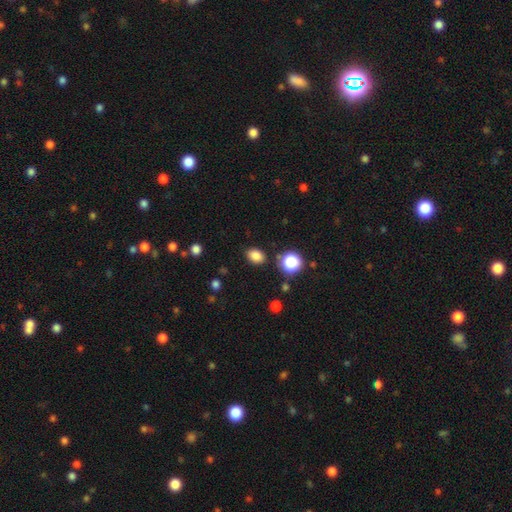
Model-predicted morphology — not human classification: This is clearly a smooth galaxy (84%). How rounded: likely in between (72%). Merging: clearly none (84%).